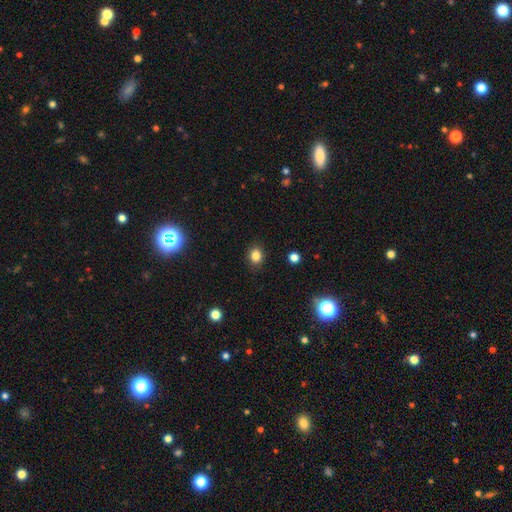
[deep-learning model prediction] This appears to be a smooth galaxy with no disk features (83%) that is round (68%). Merging: none (89%).